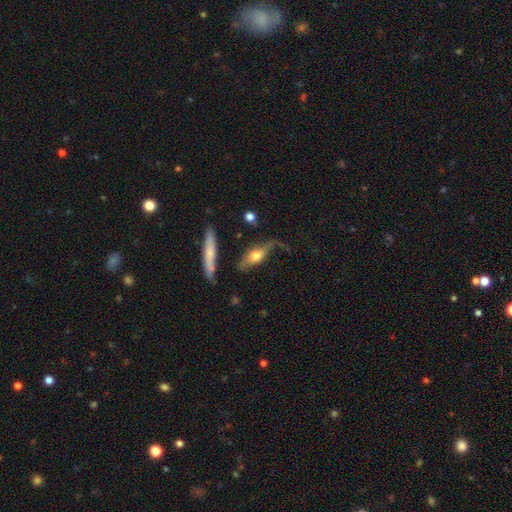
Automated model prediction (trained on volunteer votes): This appears to be a smooth galaxy with no disk features (47%). Merging: none (42%).